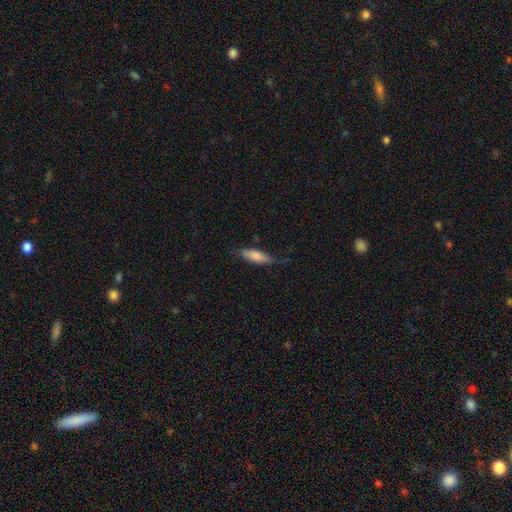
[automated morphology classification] Smooth or featured?
  - smooth: 76% *
  - featured or disk: 18%
  - star or artifact: 6%
How rounded?
  - cigar-shaped: 53% *
  - in between: 45%
  - round: 2%
Merging?
  - none: 68% *
  - minor disturbance: 25%
  - major disturbance: 6%
  - merger: 2%